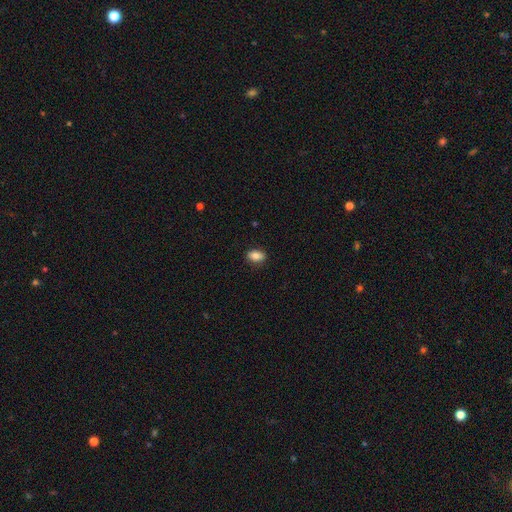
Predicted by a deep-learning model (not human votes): Smooth or featured? smooth (80%)
How rounded? in between (86%)
Merging? none (84%)